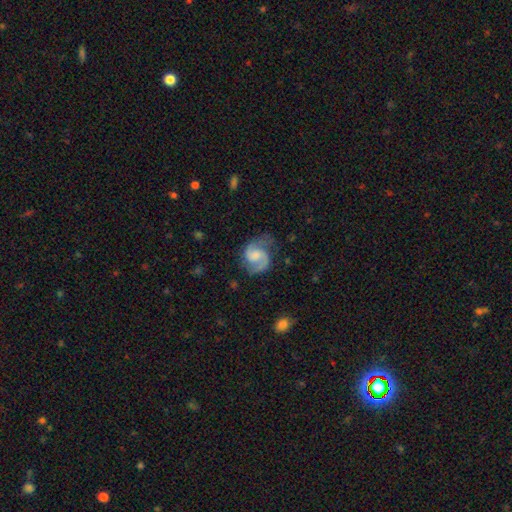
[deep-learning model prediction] Smooth or featured?
  - featured or disk: 85% *
  - smooth: 10%
  - star or artifact: 6%
Edge-on disk?
  - no: 98% *
  - yes: 2%
Bar?
  - weak: 46% *
  - no: 45%
  - strong: 9%
Spiral arms?
  - yes: 97% *
  - no: 3%
Spiral winding?
  - medium: 56% *
  - loose: 26%
  - tight: 19%
Spiral arm count?
  - 2: 91% *
  - 1: 3%
  - can't tell: 3%
  - 3: 1%
  - 4: 1%
  - more than 4: 1%
Bulge size?
  - none: 33% *
  - moderate: 29%
  - small: 24%
  - large: 12%
  - dominant: 2%
Merging?
  - none: 70% *
  - minor disturbance: 19%
  - major disturbance: 9%
  - merger: 2%